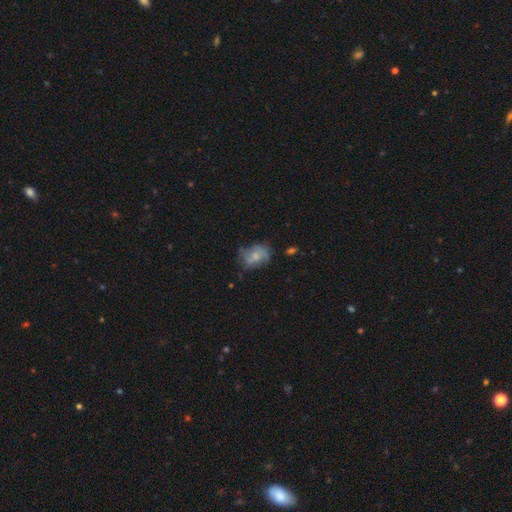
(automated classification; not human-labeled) A smooth galaxy with no disk features (57%) that is in between round and cigar-shaped (72%).

Vote fractions:
- Smooth or featured? smooth: 57% / featured or disk: 34% / star or artifact: 9%
- How rounded? in between: 72% / round: 27% / cigar-shaped: 1%
- Merging? none: 48% / minor disturbance: 32% / major disturbance: 17% / merger: 3%